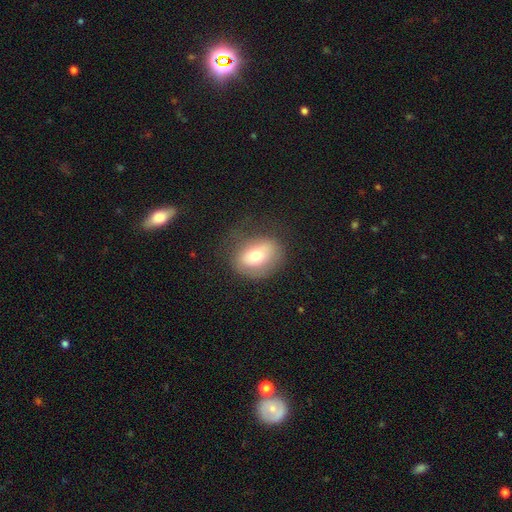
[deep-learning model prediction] This is likely a smooth galaxy (65%). How rounded: possibly in between (59%). Merging: likely none (63%).